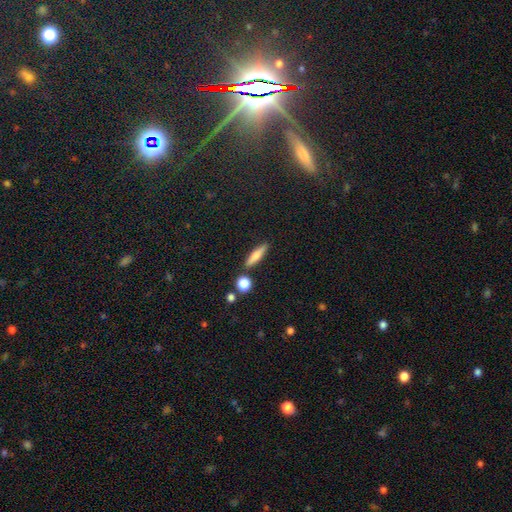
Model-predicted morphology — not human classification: smooth-or-featured: smooth: 72% | featured or disk: 20% | star or artifact: 8%
  how-rounded: cigar-shaped: 76% | in between: 20% | round: 5%
  merging: none: 84% | minor disturbance: 9% | merger: 5% | major disturbance: 2%